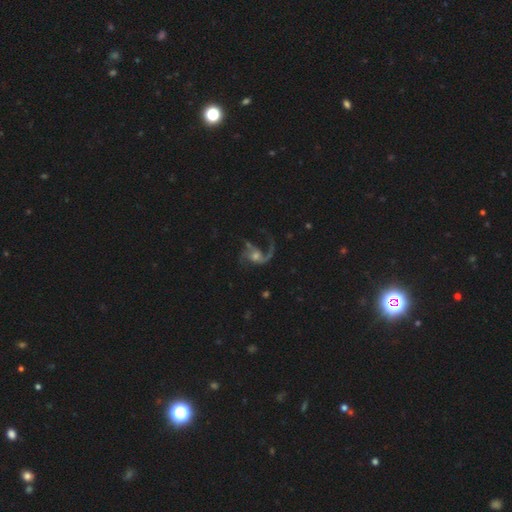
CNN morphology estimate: type=featured or disk (84%); edge-on=no (98%); bar=no (65%); spiral arms=yes (95%); winding=loose (57%); arm count=2 (52%); bulge=moderate (51%); merging=none (52%).